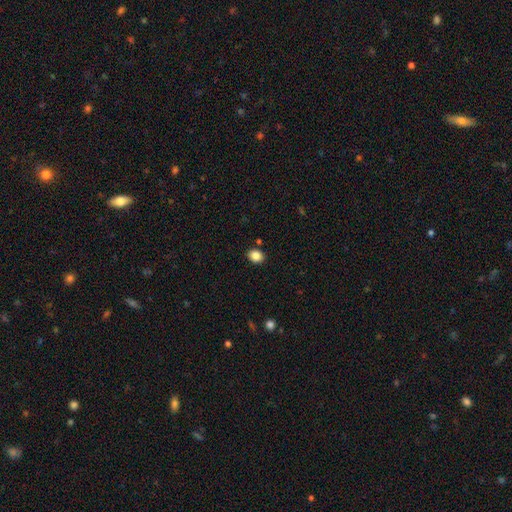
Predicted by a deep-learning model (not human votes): This appears to be a smooth galaxy with no disk features (86%) that is in between round and cigar-shaped (50%). Merging: none (87%).